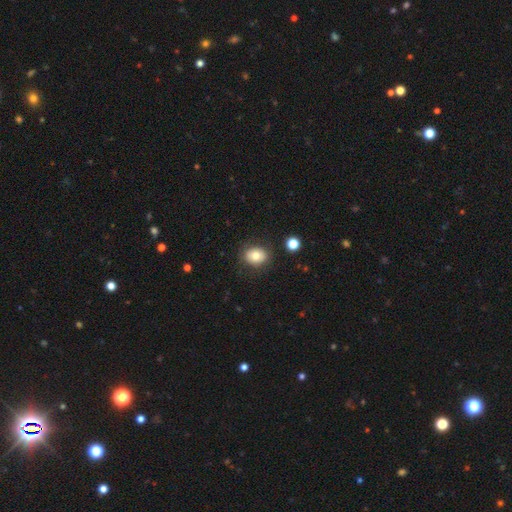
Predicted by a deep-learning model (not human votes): Smooth or featured?
  - smooth: 77% *
  - featured or disk: 13%
  - star or artifact: 10%
How rounded?
  - round: 52% *
  - in between: 47%
  - cigar-shaped: 1%
Merging?
  - none: 84% *
  - minor disturbance: 10%
  - major disturbance: 3%
  - merger: 2%